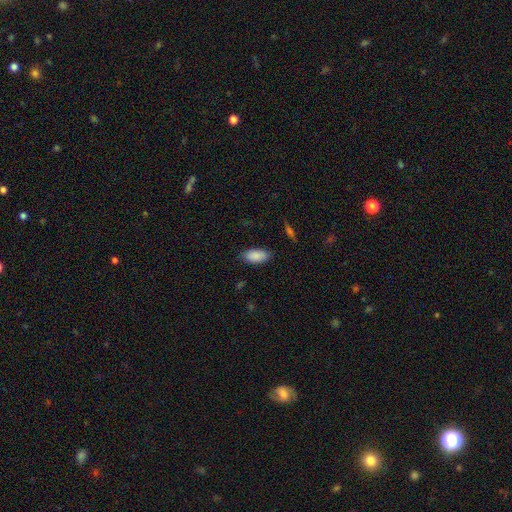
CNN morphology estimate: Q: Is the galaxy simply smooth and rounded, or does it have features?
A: smooth — 89%.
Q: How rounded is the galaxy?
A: in between — 92%.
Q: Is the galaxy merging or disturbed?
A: none — 85%.